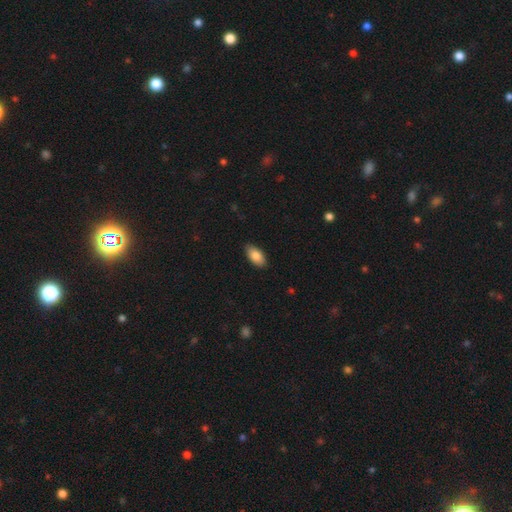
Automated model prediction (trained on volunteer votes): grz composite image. It shows a smooth galaxy with no disk features (85%) that is in between round and cigar-shaped (93%). Merging: none (87%).